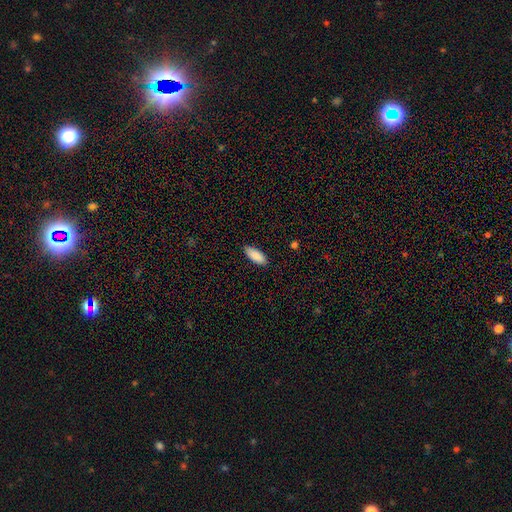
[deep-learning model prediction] A smooth galaxy with no disk features (90%) that is in between round and cigar-shaped (80%).

Vote fractions:
- Smooth or featured? smooth: 90% / star or artifact: 6% / featured or disk: 4%
- How rounded? in between: 80% / cigar-shaped: 18% / round: 2%
- Merging? none: 86% / minor disturbance: 11% / major disturbance: 2% / merger: 1%